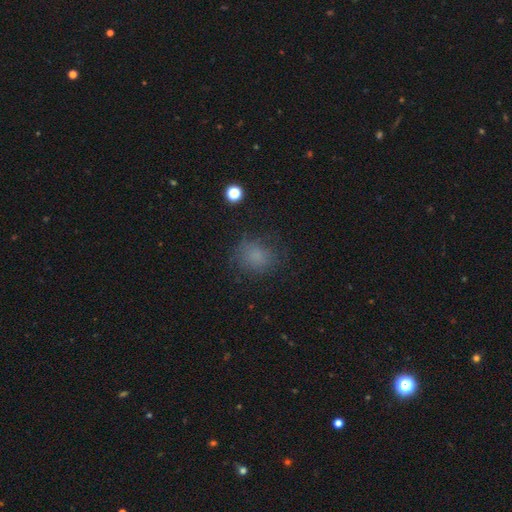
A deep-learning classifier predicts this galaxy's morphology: smooth-or-featured: smooth: 75% | star or artifact: 16% | featured or disk: 9%
  how-rounded: round: 65% | in between: 33% | cigar-shaped: 1%
  merging: none: 71% | minor disturbance: 18% | major disturbance: 10% | merger: 2%